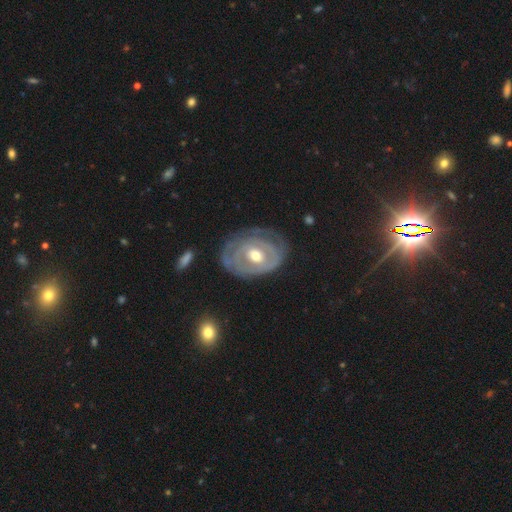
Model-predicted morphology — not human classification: smooth-or-featured: featured or disk: 79% | smooth: 17% | star or artifact: 5%
  disk-edge-on: no: 96% | yes: 4%
    bar: no: 60% | weak: 30% | strong: 9%
    has-spiral-arms: yes: 71% | no: 29%
      spiral-winding: tight: 74% | medium: 18% | loose: 8%
      spiral-arm-count: can't tell: 46% | 2: 26% | 1: 14% | 3: 8% | 4: 4% | more than 4: 3%
    bulge-size: moderate: 72% | small: 21% | large: 5% | dominant: 1% | none: 1%
  merging: none: 64% | minor disturbance: 23% | major disturbance: 11% | merger: 2%